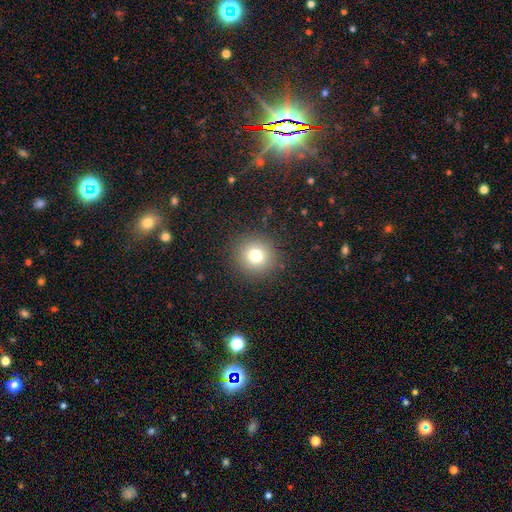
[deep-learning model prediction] A smooth galaxy with no disk features (77%) that is round (93%). Merging: none (89%).